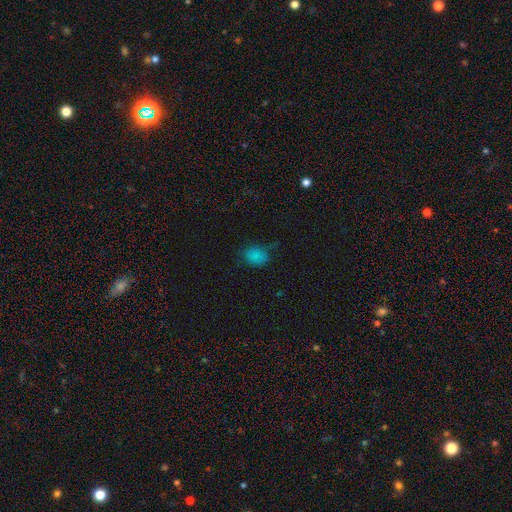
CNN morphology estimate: Q: Smooth or featured?
A: smooth (80%); runner-up: star or artifact (14%)
Q: How rounded?
A: in between (61%); runner-up: round (38%)
Q: Merging?
A: none (64%); runner-up: minor disturbance (26%)